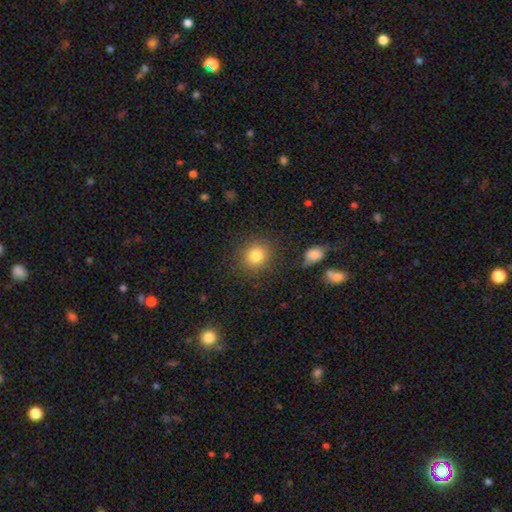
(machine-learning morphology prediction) smooth-or-featured: smooth: 82% | star or artifact: 11% | featured or disk: 7%
  how-rounded: round: 84% | in between: 15% | cigar-shaped: 1%
  merging: none: 85% | minor disturbance: 9% | major disturbance: 3% | merger: 2%